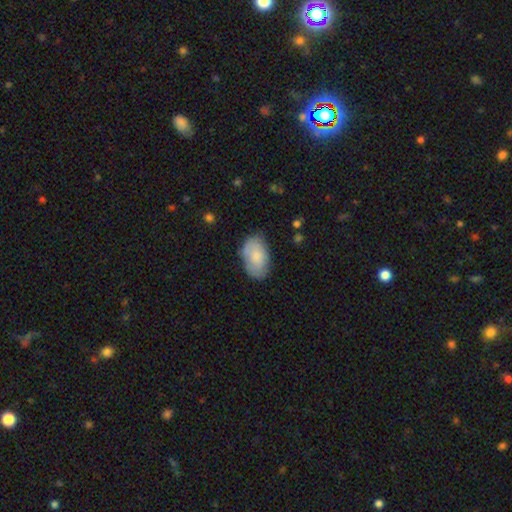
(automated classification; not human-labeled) smooth-or-featured: smooth: 76% | featured or disk: 18% | star or artifact: 6%
  how-rounded: in between: 94% | round: 5% | cigar-shaped: 1%
  merging: none: 71% | minor disturbance: 22% | major disturbance: 5% | merger: 2%